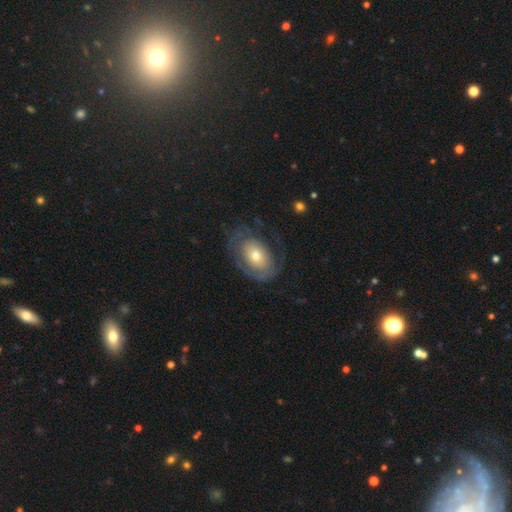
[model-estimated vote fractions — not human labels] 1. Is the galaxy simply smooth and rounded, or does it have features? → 52% featured or disk, 42% smooth, 7% star or artifact.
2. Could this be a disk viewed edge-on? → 93% no, 7% yes.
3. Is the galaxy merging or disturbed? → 57% none, 22% minor disturbance, 20% major disturbance, 2% merger.